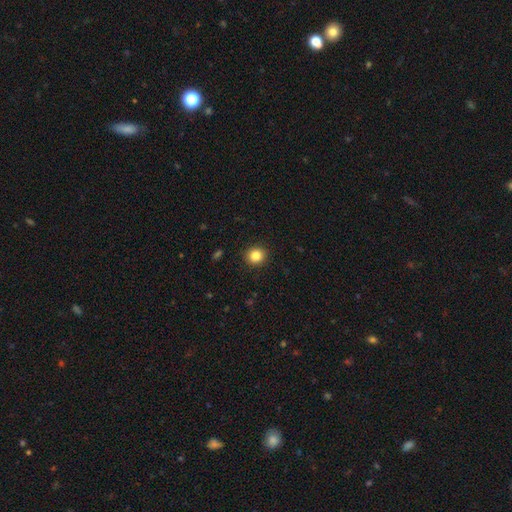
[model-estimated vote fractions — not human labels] Overall: smooth (84%). How rounded: round (88%). Merging: none (92%).